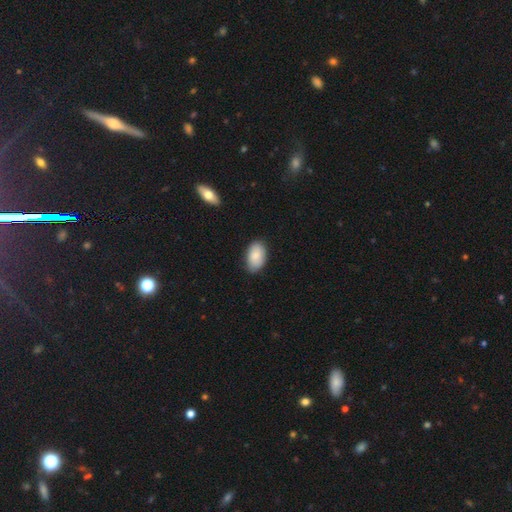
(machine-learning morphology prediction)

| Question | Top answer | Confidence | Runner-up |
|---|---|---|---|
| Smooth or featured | smooth | 85% | featured or disk (9%) |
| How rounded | in between | 93% | round (6%) |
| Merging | none | 82% | minor disturbance (15%) |